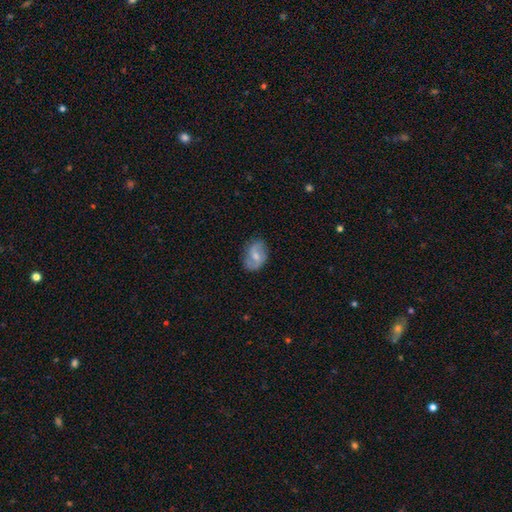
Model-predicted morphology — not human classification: Q: Smooth or featured?
A: featured or disk (48%); runner-up: smooth (45%)
Q: Merging?
A: none (71%); runner-up: minor disturbance (21%)